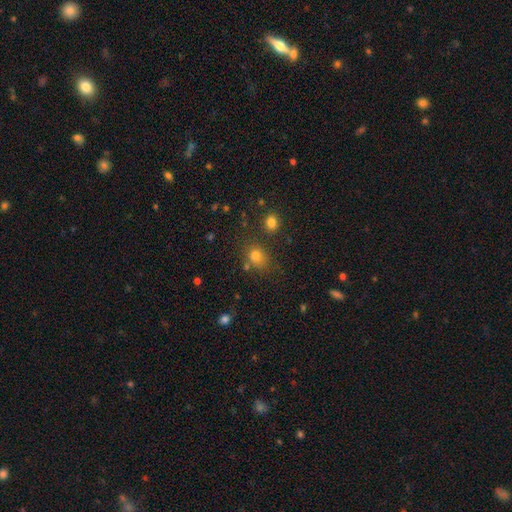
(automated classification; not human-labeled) Smooth or featured: smooth — 74% (star or artifact — 18%)
How rounded: round — 62% (in between — 37%)
Merging: none — 69% (minor disturbance — 14%)